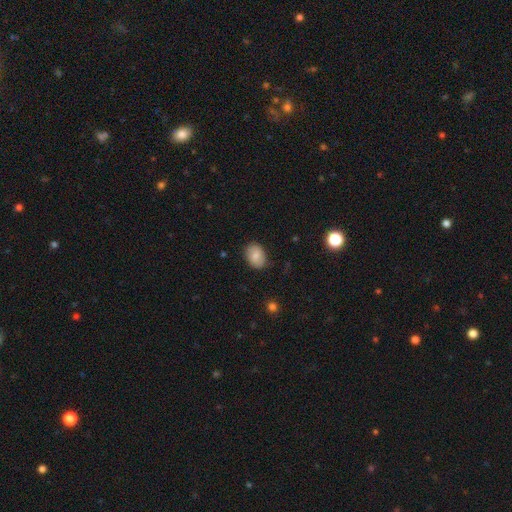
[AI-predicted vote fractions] Smooth or featured: smooth — 79% (featured or disk — 13%)
How rounded: in between — 76% (round — 23%)
Merging: none — 82% (minor disturbance — 14%)